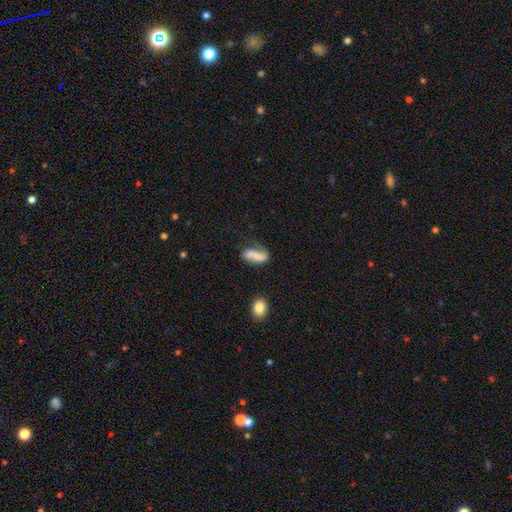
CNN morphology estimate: Smooth or featured? Predicted: smooth (p=0.60). How rounded? Predicted: in between (p=0.81). Merging? Predicted: none (p=0.47).